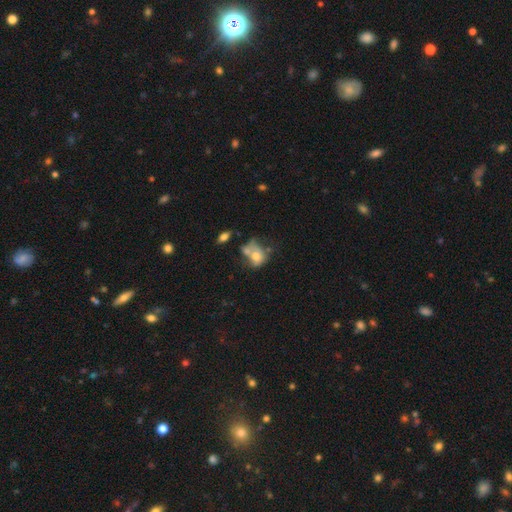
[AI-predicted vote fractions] Overall: smooth (55%; featured or disk 34%). How rounded: in between (60%; round 38%). Merging: merger (36%; major disturbance 24%).